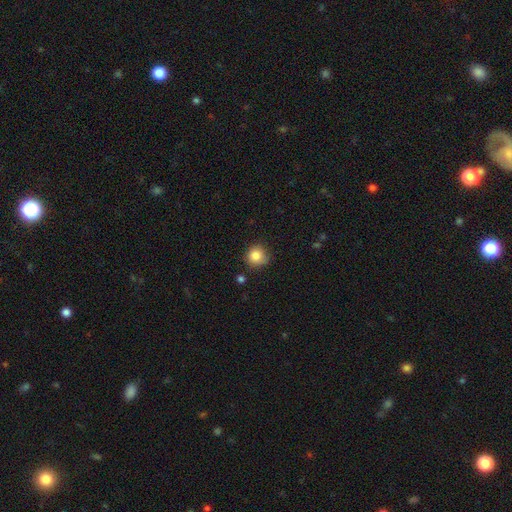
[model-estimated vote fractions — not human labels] Q: Smooth or featured?
A: smooth (85%); runner-up: star or artifact (10%)
Q: How rounded?
A: round (90%); runner-up: in between (9%)
Q: Merging?
A: none (76%); runner-up: minor disturbance (17%)